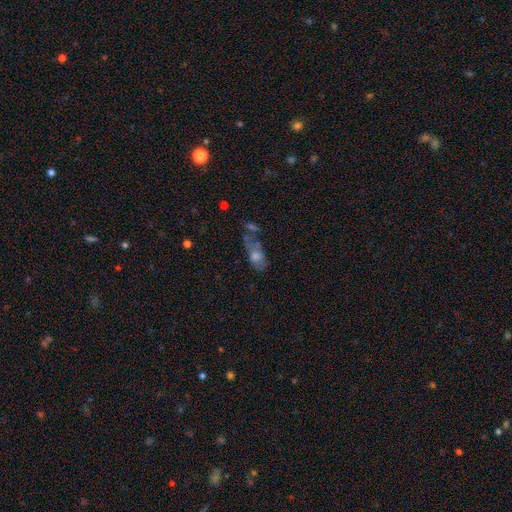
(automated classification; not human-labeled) Smooth or featured: smooth — 45% (featured or disk — 38%)
Merging: none — 33% (merger — 24%)